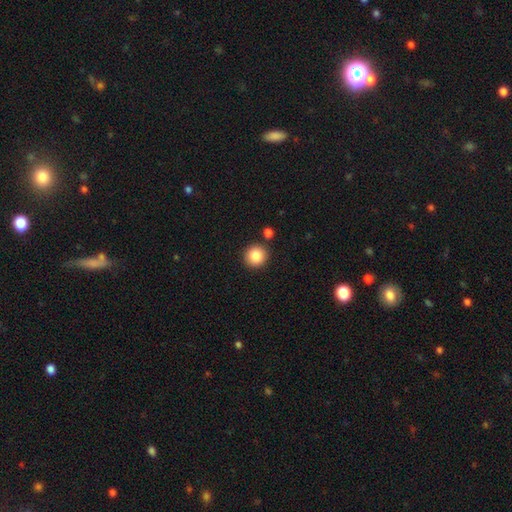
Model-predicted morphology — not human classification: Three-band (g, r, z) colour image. It shows a smooth galaxy with no disk features (85%) that is round (93%). Merging: none (86%).